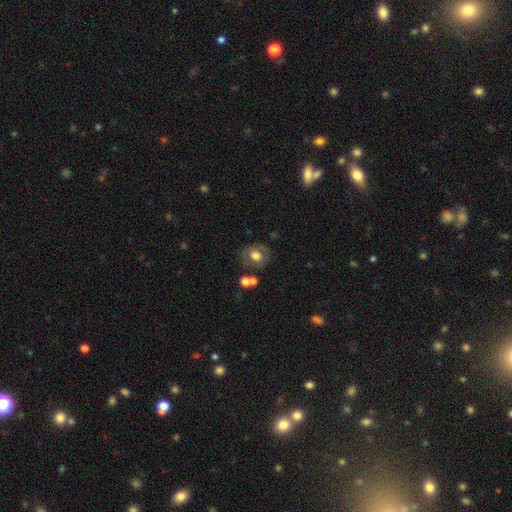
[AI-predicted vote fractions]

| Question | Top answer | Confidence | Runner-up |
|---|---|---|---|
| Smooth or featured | smooth | 61% | featured or disk (30%) |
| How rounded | round | 65% | in between (34%) |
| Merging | none | 71% | minor disturbance (14%) |